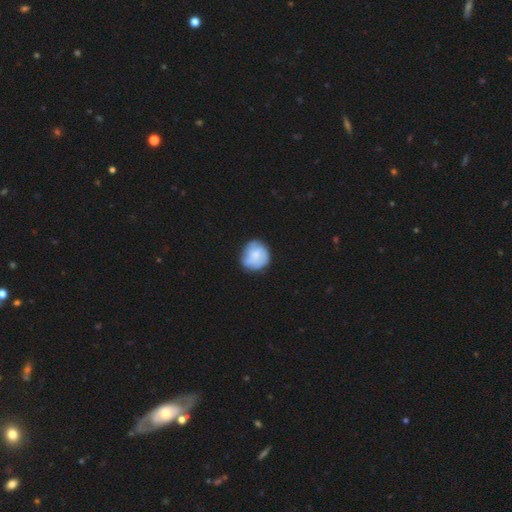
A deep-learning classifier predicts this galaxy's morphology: Smooth or featured: smooth — 54% (featured or disk — 39%)
How rounded: round — 84% (in between — 15%)
Merging: none — 73% (minor disturbance — 20%)